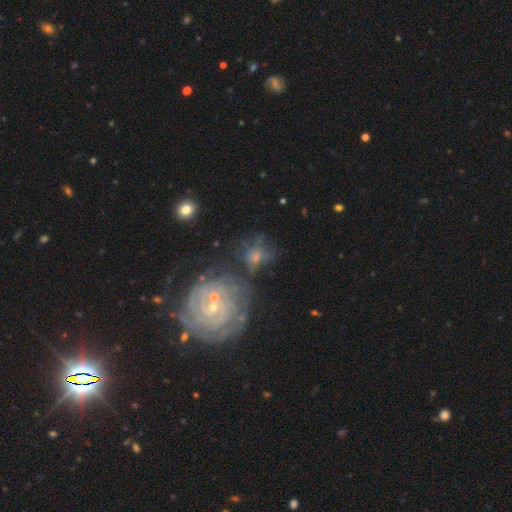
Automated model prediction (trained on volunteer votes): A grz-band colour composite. It shows a featured or disk galaxy (55%) with no bar (72%), spiral arms (67%) and a small central bulge (48%). Merging: none (38%).